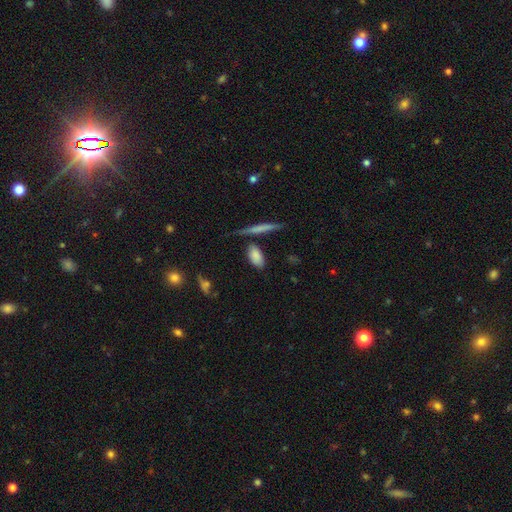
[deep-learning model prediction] smooth 81%, featured or disk 12%, star or artifact 7%. Down the decision tree: how rounded — in between (85%); merging — none (67%).